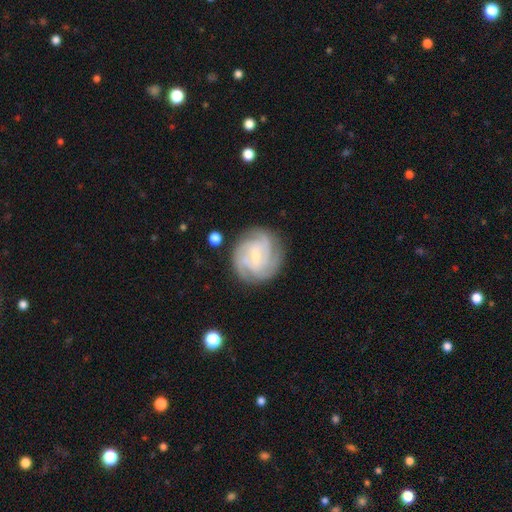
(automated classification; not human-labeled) This appears to be a featured or disk galaxy (82%) with a weak bar (56%), 3 (31%) tight (64%) spiral arms (96%) and a small central bulge (66%). Merging: none (81%).